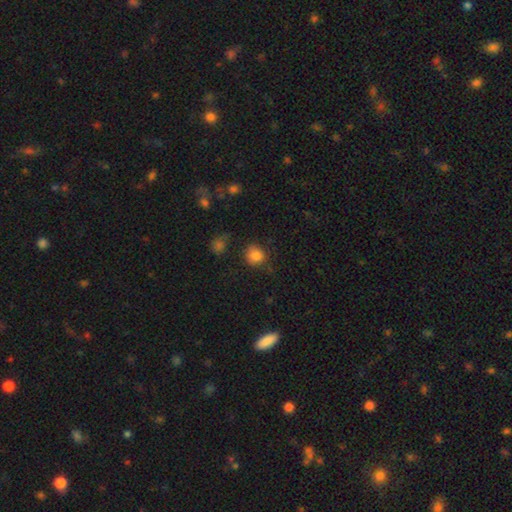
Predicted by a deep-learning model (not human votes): This appears to be a smooth galaxy with no disk features (83%) that is round (83%). Merging: none (74%).